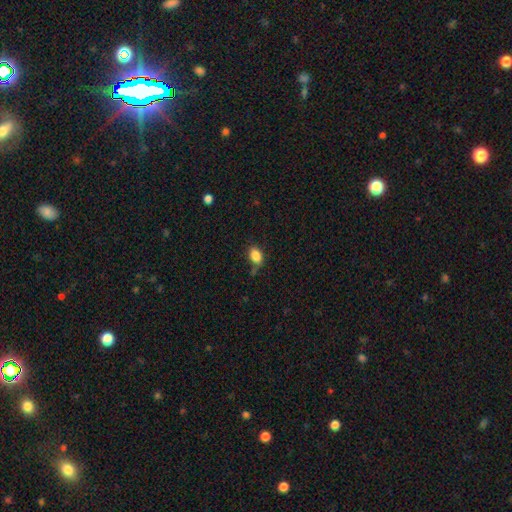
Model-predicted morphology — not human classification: Smooth or featured?
  - smooth: 86% *
  - star or artifact: 9%
  - featured or disk: 5%
How rounded?
  - in between: 84% *
  - round: 14%
  - cigar-shaped: 2%
Merging?
  - none: 67% *
  - minor disturbance: 22%
  - major disturbance: 6%
  - merger: 5%